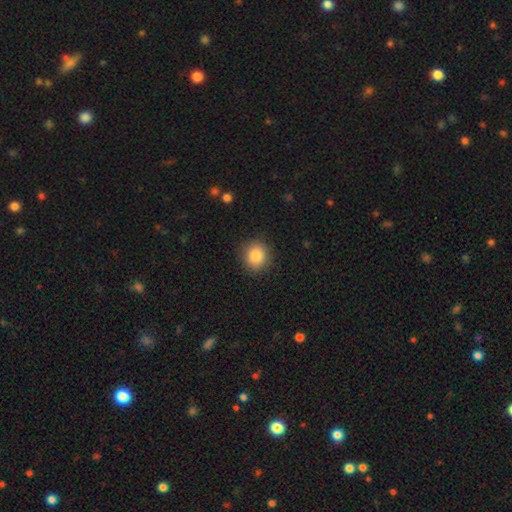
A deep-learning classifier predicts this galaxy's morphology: This is clearly a smooth galaxy (87%). How rounded: clearly round (84%). Merging: clearly none (88%).